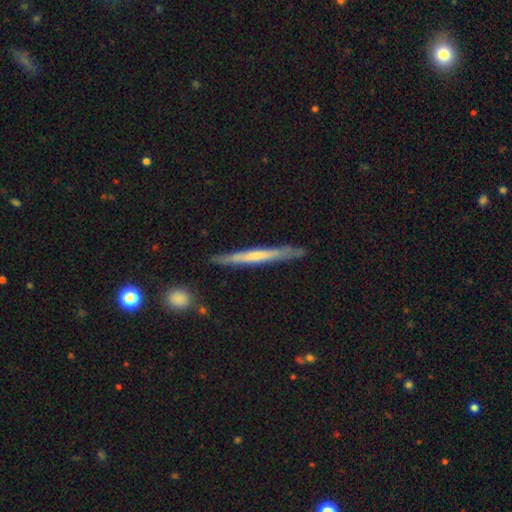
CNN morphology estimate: The model was most divided on "smooth or featured": featured or disk: 53%, smooth: 41%, star or artifact: 5%. More confident: edge-on disk — yes (95%); merging — none (86%); edge-on bulge — none (68%).